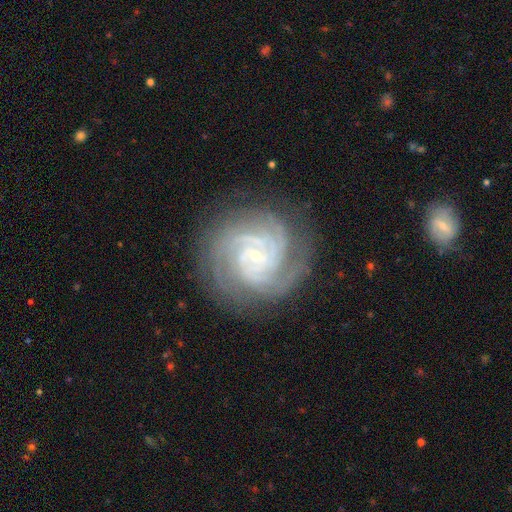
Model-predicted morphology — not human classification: Overall: featured or disk (90%). Edge-on disk: no (98%). Bar: no (64%; weak 26%). Spiral arms: yes (98%). Spiral arm count: 4 (34%; 3 28%). Spiral winding: tight (76%). Bulge size: small (84%). Merging: none (80%).